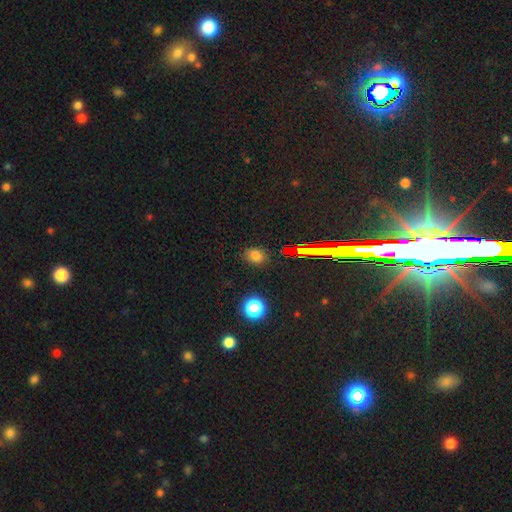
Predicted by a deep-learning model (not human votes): Smooth or featured? smooth (72%)
How rounded? round (49%, tied with in between)
Merging? none (86%)